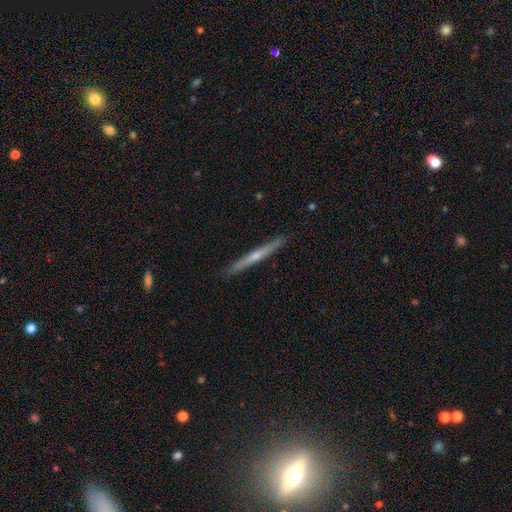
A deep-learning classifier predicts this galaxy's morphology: smooth_or_featured: featured or disk (p=0.61) [alt: smooth p=0.34]
disk_edge_on: yes (p=0.97) [alt: no p=0.03]
edge_on_bulge: rounded (p=0.58) [alt: none p=0.39]
merging: none (p=0.90) [alt: minor disturbance p=0.07]